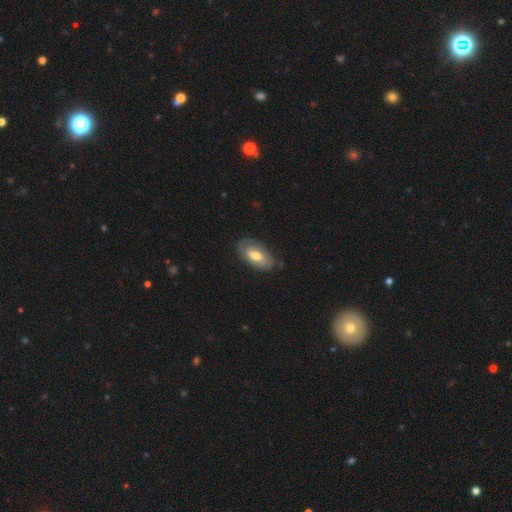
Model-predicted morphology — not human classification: featured or disk 51%, smooth 44%, star or artifact 5%. Down the decision tree: edge-on disk — no (89%); merging — none (69%).